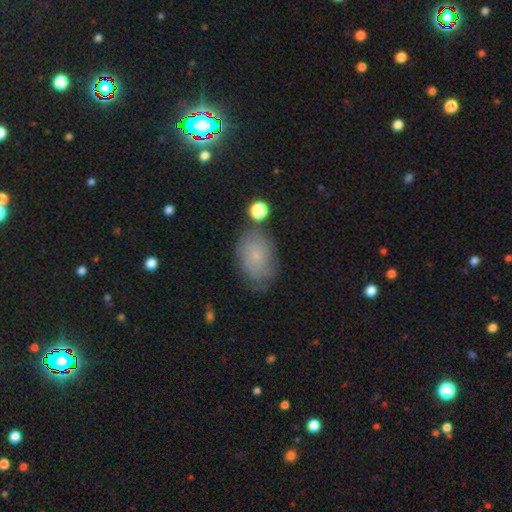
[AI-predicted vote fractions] smooth-or-featured: smooth: 60% | featured or disk: 27% | star or artifact: 13%
  how-rounded: in between: 84% | round: 14% | cigar-shaped: 2%
  merging: none: 70% | minor disturbance: 21% | major disturbance: 6% | merger: 3%